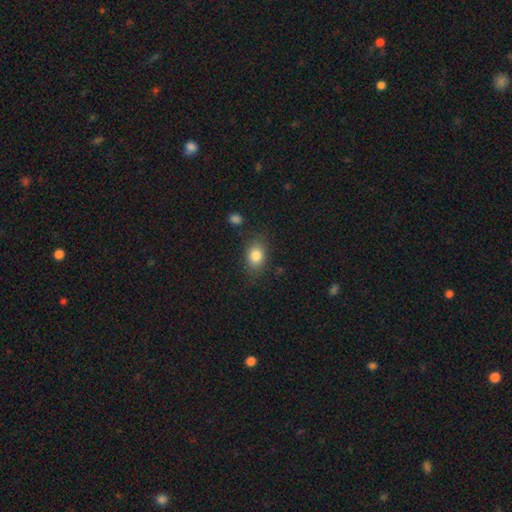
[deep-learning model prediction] This appears to be a smooth galaxy with no disk features (83%) that is in between round and cigar-shaped (65%). Merging: none (80%).